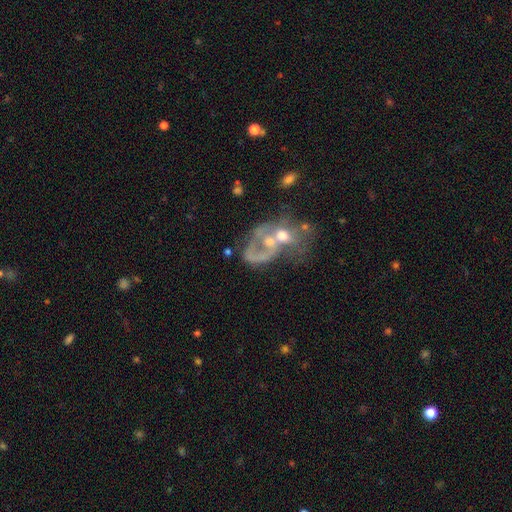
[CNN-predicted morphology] Smooth or featured? Predicted: featured or disk (p=0.65). Edge-on disk? Predicted: no (p=0.97). Bar? Predicted: no (p=0.81). Spiral arms? Predicted: no (p=0.60). Bulge size? Predicted: moderate (p=0.56). Merging? Predicted: merger (p=0.63).